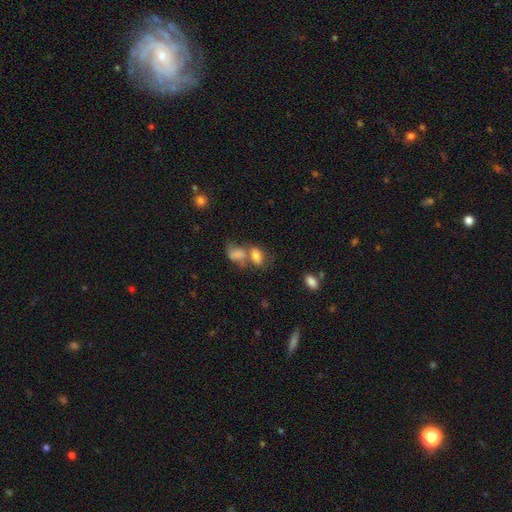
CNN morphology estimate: Smooth or featured? Predicted: smooth (p=0.77). How rounded? Predicted: in between (p=0.81). Merging? Predicted: merger (p=0.51).